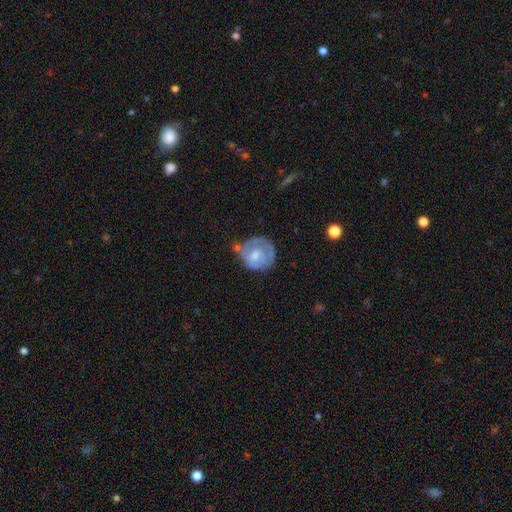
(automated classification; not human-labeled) Q: Smooth or featured?
A: featured or disk (68%); runner-up: smooth (26%)
Q: Edge-on disk?
A: no (98%); runner-up: yes (2%)
Q: Bar?
A: no (62%); runner-up: weak (34%)
Q: Spiral arms?
A: yes (78%); runner-up: no (22%)
Q: Spiral winding?
A: tight (60%); runner-up: medium (30%)
Q: Spiral arm count?
A: 2 (35%); runner-up: can't tell (34%)
Q: Bulge size?
A: moderate (57%); runner-up: small (31%)
Q: Merging?
A: none (50%); runner-up: minor disturbance (29%)